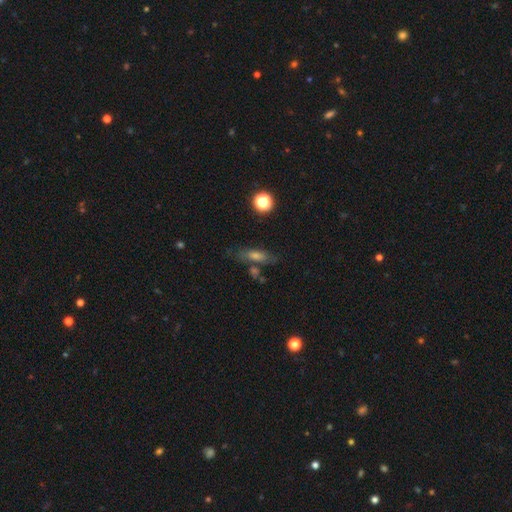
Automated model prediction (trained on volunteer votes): This appears to be a smooth galaxy with no disk features (52%) that is cigar-shaped (46%, tied with in between). Merging: none (68%).